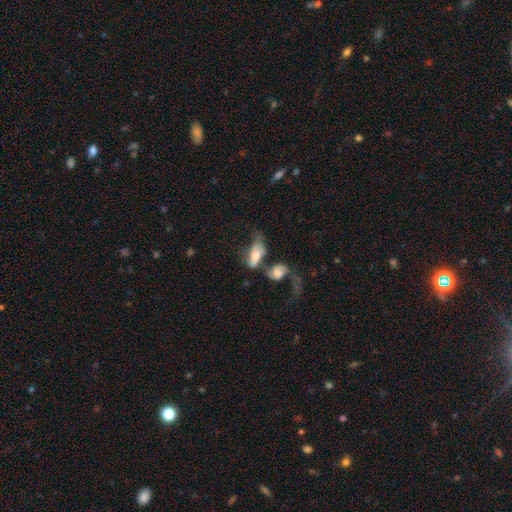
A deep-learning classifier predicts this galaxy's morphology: A smooth galaxy with no disk features (51%) that is in between round and cigar-shaped (82%).

Vote fractions:
- Smooth or featured? smooth: 51% / featured or disk: 41% / star or artifact: 8%
- How rounded? in between: 82% / cigar-shaped: 12% / round: 6%
- Merging? merger: 51% / major disturbance: 22% / none: 16% / minor disturbance: 11%